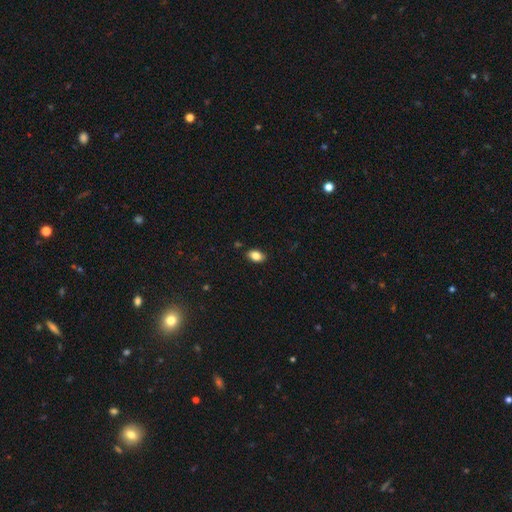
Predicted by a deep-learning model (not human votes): smooth 85%, star or artifact 9%, featured or disk 7%. Down the decision tree: how rounded — in between (89%); merging — none (87%).